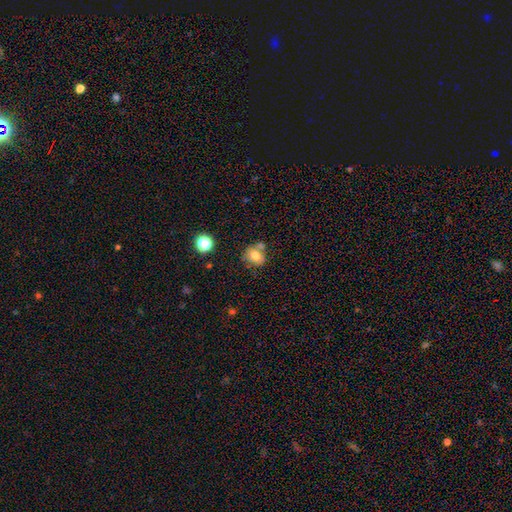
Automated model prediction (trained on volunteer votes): Q: Smooth or featured?
A: smooth (74%); runner-up: featured or disk (14%)
Q: How rounded?
A: round (64%); runner-up: in between (35%)
Q: Merging?
A: none (57%); runner-up: merger (22%)